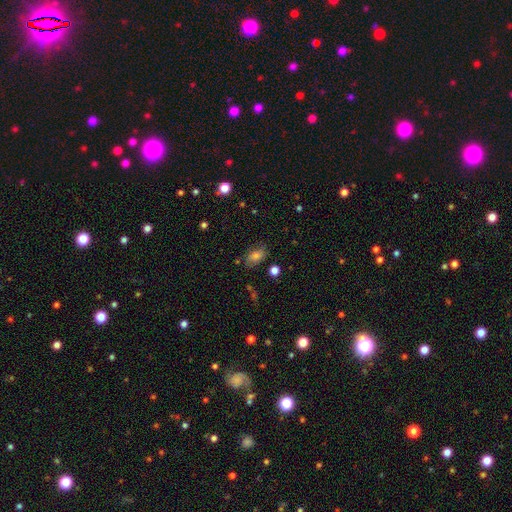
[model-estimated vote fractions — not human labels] smooth-or-featured: smooth: 73% | featured or disk: 15% | star or artifact: 12%
  how-rounded: in between: 87% | round: 10% | cigar-shaped: 3%
  merging: none: 75% | minor disturbance: 18% | major disturbance: 5% | merger: 2%